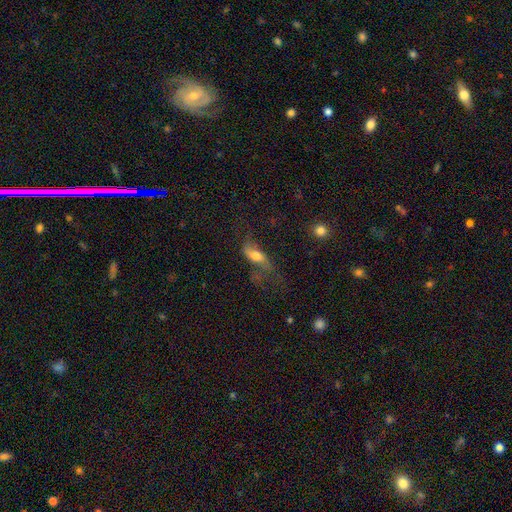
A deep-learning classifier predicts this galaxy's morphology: smooth-or-featured: smooth: 49% | featured or disk: 42% | star or artifact: 10%
  merging: none: 36% (tied) | major disturbance: 36% (tied) | minor disturbance: 23% | merger: 4%